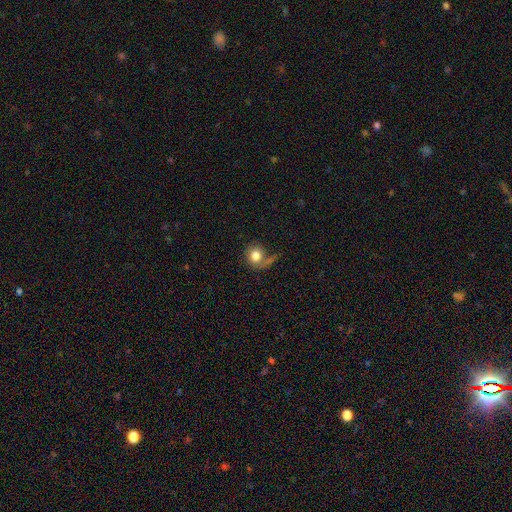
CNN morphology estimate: smooth 75%, featured or disk 16%, star or artifact 9%. Down the decision tree: how rounded — round (81%); merging — none (45%).